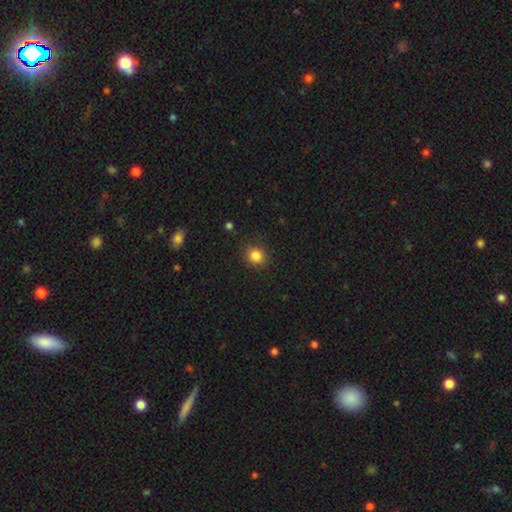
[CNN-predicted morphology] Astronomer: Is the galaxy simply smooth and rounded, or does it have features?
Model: smooth — 85%.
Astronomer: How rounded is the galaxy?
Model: round — 86%.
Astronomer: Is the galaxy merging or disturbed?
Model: none — 89%.